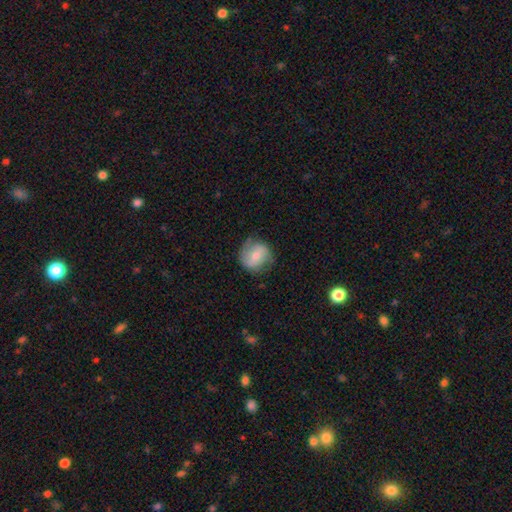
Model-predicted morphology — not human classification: smooth_or_featured: featured or disk (p=0.53) [alt: smooth p=0.40]
disk_edge_on: no (p=0.97) [alt: yes p=0.03]
bar: weak (p=0.43) [alt: no p=0.37]
has_spiral_arms: yes (p=0.81) [alt: no p=0.19]
bulge_size: small (p=0.50) [alt: moderate p=0.44]
merging: none (p=0.70) [alt: minor disturbance p=0.21]